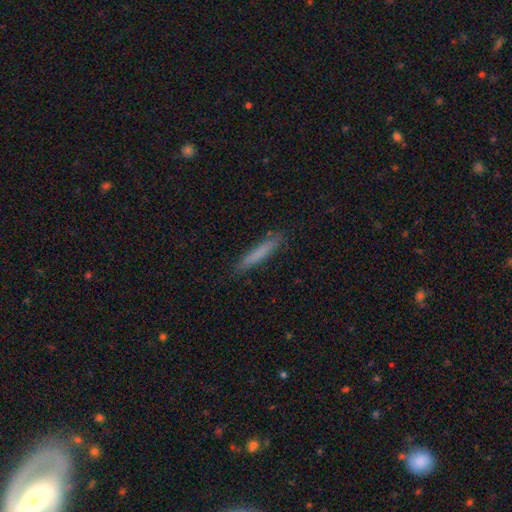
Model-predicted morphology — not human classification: This appears to be a smooth galaxy with no disk features (74%) that is cigar-shaped (95%). Merging: none (88%).